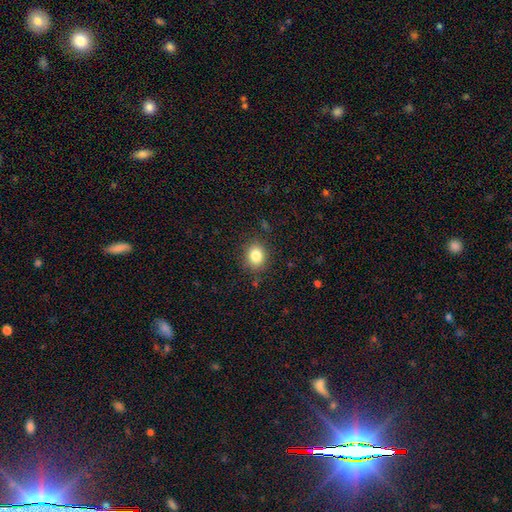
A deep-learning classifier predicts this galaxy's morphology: Overall: smooth (83%). How rounded: round (60%; in between 39%). Merging: none (85%).